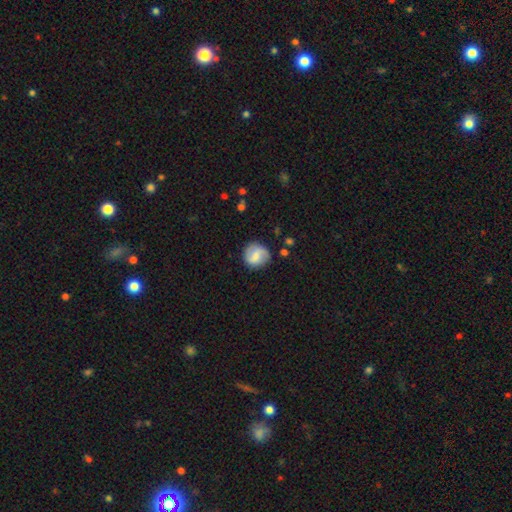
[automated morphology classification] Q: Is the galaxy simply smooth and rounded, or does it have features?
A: smooth — 51%.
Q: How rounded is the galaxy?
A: round — 86%.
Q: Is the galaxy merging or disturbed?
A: none — 76%.